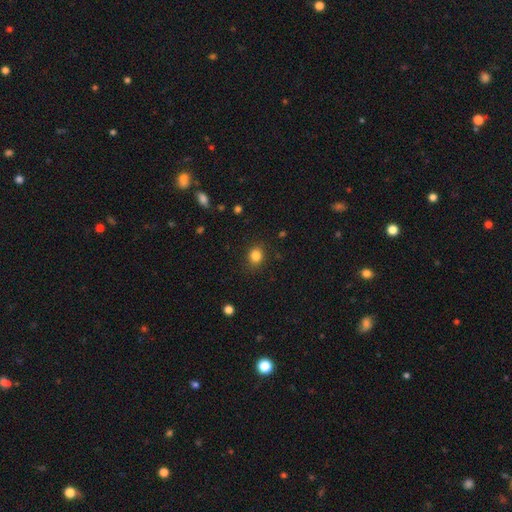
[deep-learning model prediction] A smooth galaxy with no disk features (84%) that is round (69%).

Vote fractions:
- Smooth or featured? smooth: 84% / star or artifact: 11% / featured or disk: 4%
- How rounded? round: 69% / in between: 30% / cigar-shaped: 1%
- Merging? none: 87% / minor disturbance: 9% / major disturbance: 3% / merger: 1%